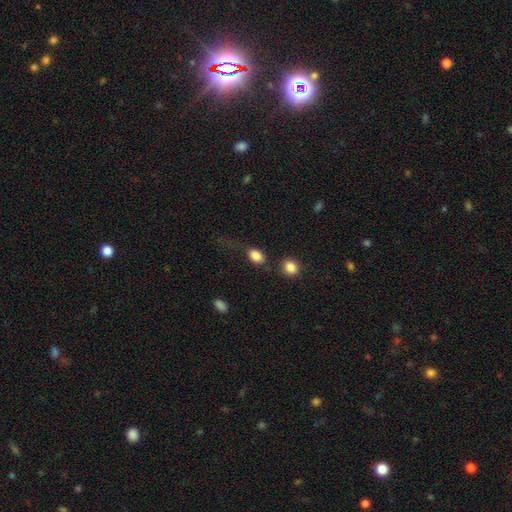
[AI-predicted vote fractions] smooth-or-featured: smooth: 85% | star or artifact: 9% | featured or disk: 6%
  how-rounded: in between: 72% | round: 26% | cigar-shaped: 2%
  merging: none: 61% | minor disturbance: 18% | major disturbance: 11% | merger: 10%